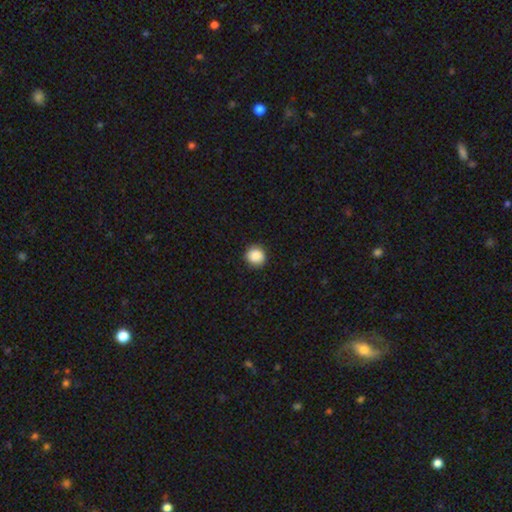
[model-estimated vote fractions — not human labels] Smooth or featured? smooth (88%)
How rounded? round (91%)
Merging? none (89%)